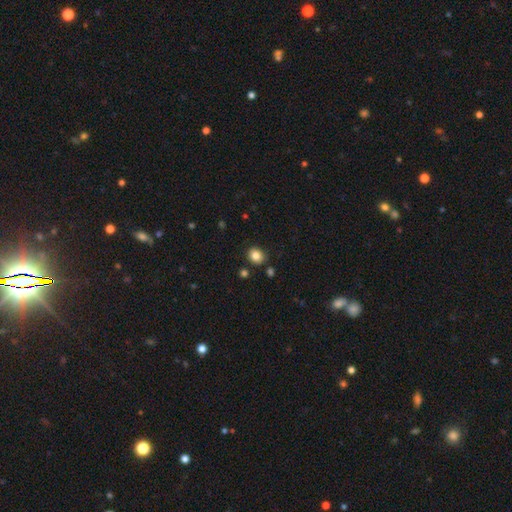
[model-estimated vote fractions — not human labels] Smooth or featured? smooth (84%)
How rounded? round (68%)
Merging? none (85%)